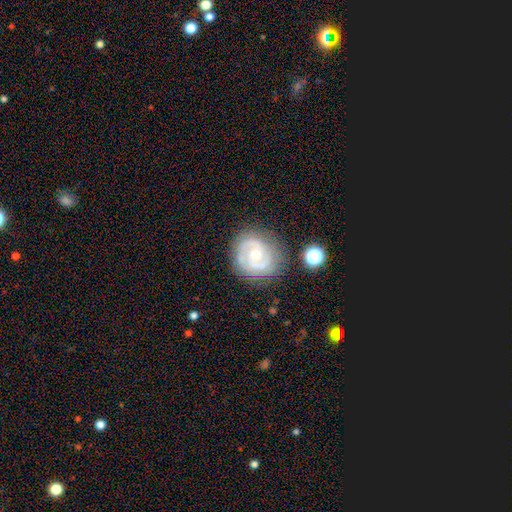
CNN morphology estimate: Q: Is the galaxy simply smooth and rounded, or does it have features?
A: featured or disk — 80%.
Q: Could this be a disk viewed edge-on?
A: no — 98%.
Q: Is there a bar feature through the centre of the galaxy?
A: no — 63%.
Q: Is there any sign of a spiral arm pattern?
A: yes — 90%.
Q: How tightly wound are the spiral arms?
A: tight — 59%.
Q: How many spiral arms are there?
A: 2 — 66%.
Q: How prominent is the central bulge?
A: moderate — 58%.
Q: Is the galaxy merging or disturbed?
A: none — 77%.